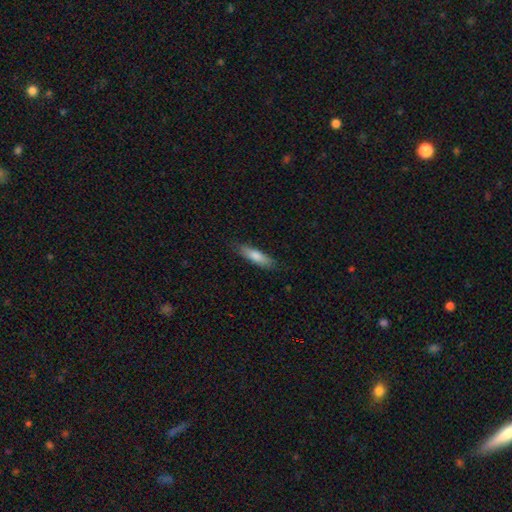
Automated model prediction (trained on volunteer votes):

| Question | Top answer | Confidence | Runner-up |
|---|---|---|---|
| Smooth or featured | smooth | 77% | featured or disk (17%) |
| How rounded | cigar-shaped | 69% | in between (29%) |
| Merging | none | 84% | minor disturbance (13%) |